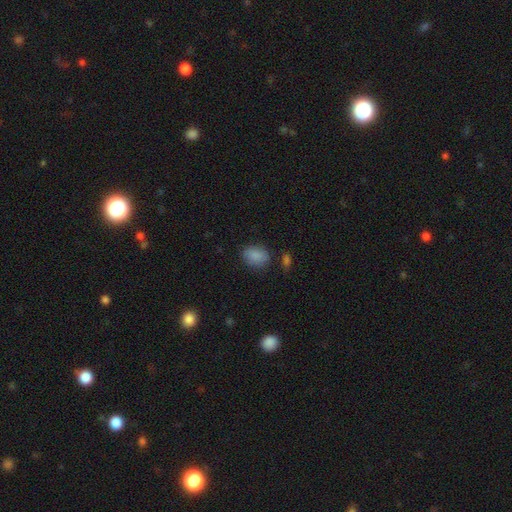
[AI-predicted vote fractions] A smooth galaxy with no disk features (87%) that is in between round and cigar-shaped (71%).

Vote fractions:
- Smooth or featured? smooth: 87% / star or artifact: 9% / featured or disk: 5%
- How rounded? in between: 71% / round: 28% / cigar-shaped: 1%
- Merging? none: 75% / minor disturbance: 16% / major disturbance: 5% / merger: 4%